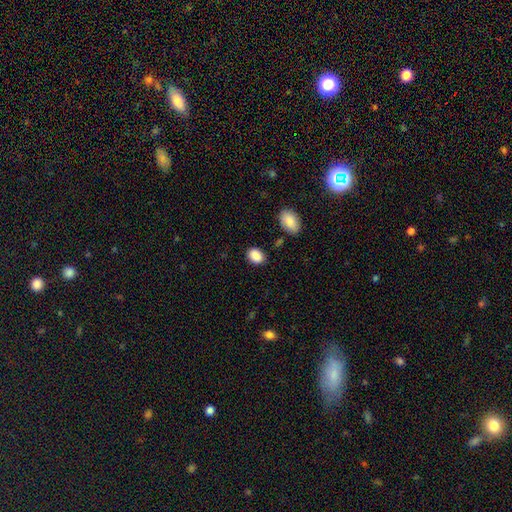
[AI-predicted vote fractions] smooth 88%, star or artifact 8%, featured or disk 4%. Down the decision tree: how rounded — in between (68%); merging — none (83%).